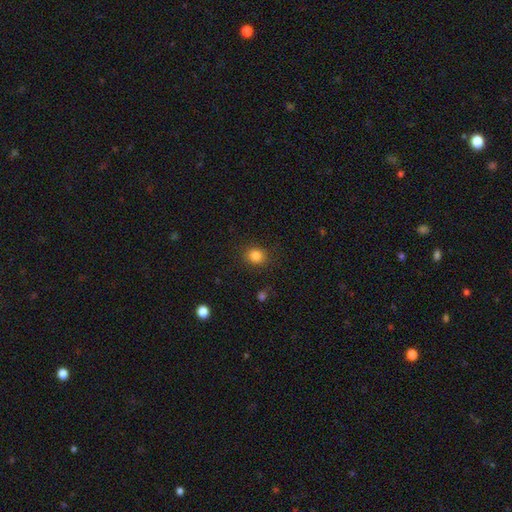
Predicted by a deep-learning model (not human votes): A smooth galaxy with no disk features (84%) that is round (73%). Merging: none (87%).